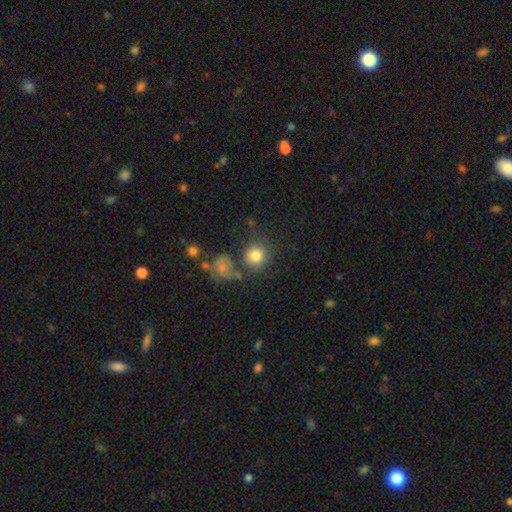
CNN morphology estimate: Smooth or featured: smooth — 81% (star or artifact — 11%)
How rounded: round — 87% (in between — 12%)
Merging: none — 66% (minor disturbance — 13%)